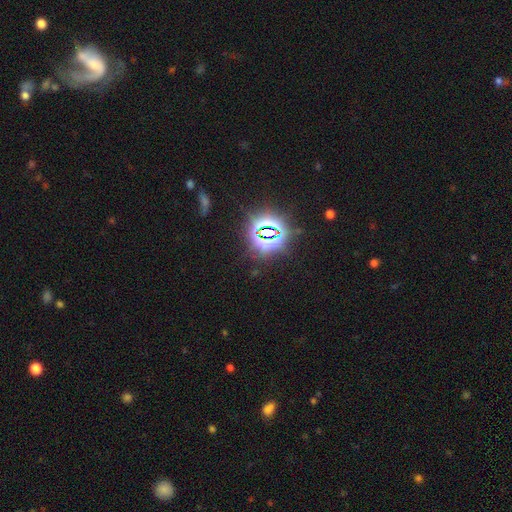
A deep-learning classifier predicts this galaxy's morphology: Smooth or featured?
  - star or artifact: 82% *
  - smooth: 11%
  - featured or disk: 7%